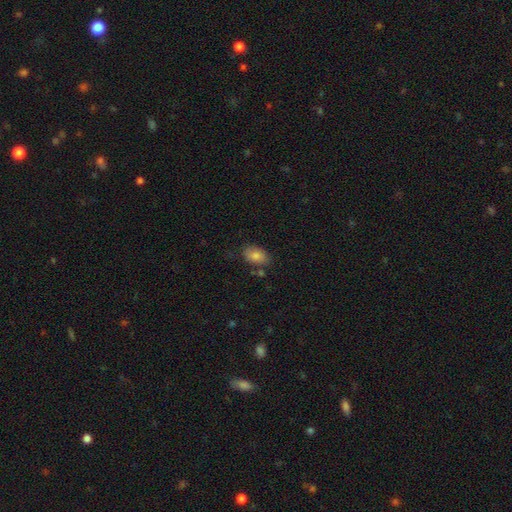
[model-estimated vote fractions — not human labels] Smooth or featured: smooth — 80% (featured or disk — 10%)
How rounded: in between — 90% (round — 8%)
Merging: none — 76% (minor disturbance — 15%)